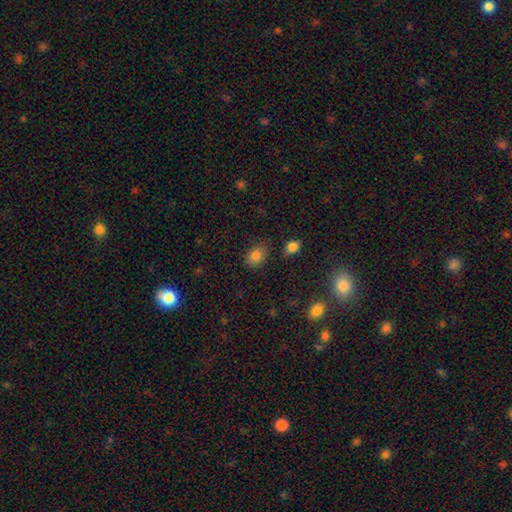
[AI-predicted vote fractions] Q: Smooth or featured?
A: smooth (82%); runner-up: star or artifact (11%)
Q: How rounded?
A: in between (59%); runner-up: round (40%)
Q: Merging?
A: none (78%); runner-up: minor disturbance (15%)